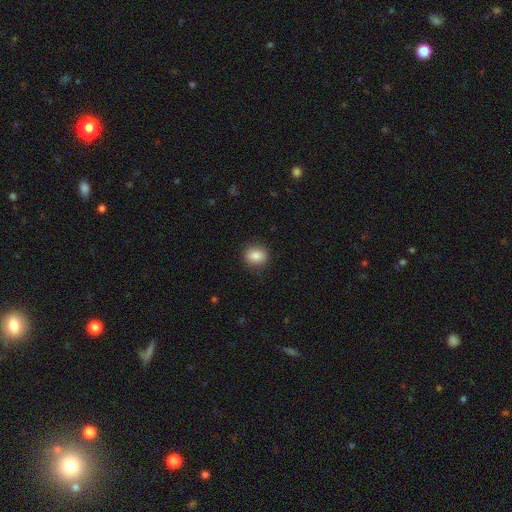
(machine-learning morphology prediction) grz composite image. It shows a smooth galaxy with no disk features (86%) that is round (61%). Merging: none (87%).